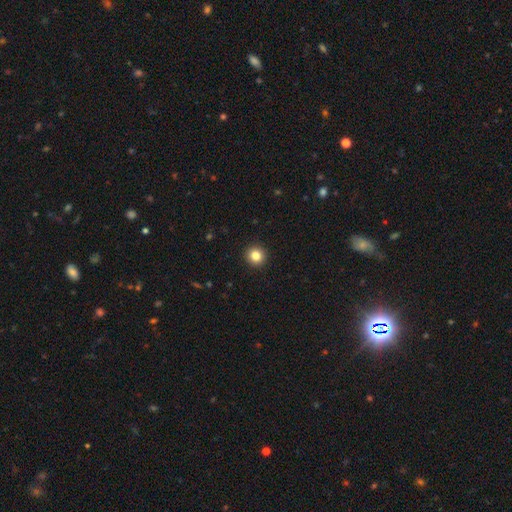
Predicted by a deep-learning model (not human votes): Smooth or featured? Predicted: smooth (p=0.83). How rounded? Predicted: round (p=0.94). Merging? Predicted: none (p=0.94).